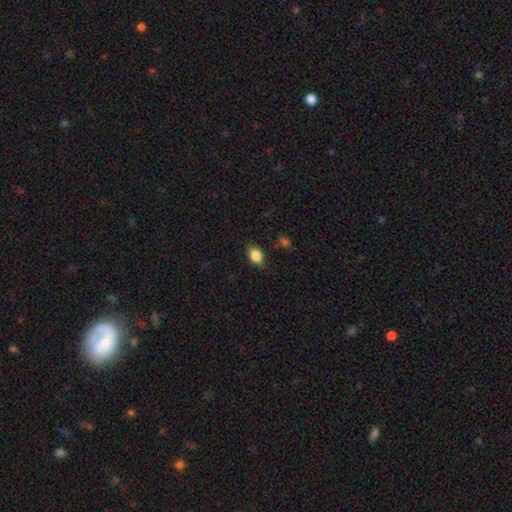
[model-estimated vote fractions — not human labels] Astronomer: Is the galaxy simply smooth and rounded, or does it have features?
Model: smooth — 85%.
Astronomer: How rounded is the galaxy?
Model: in between — 77%.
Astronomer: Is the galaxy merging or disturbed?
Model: none — 77%.